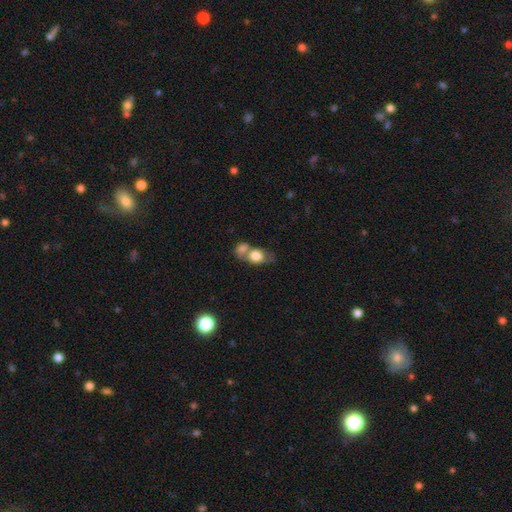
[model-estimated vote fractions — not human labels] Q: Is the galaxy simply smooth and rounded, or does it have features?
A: smooth — 75%.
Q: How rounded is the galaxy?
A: in between — 58%.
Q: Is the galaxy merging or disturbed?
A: merger — 60%.